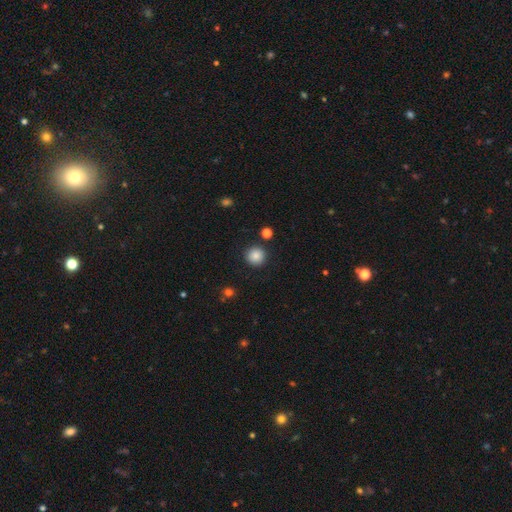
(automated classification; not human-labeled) This appears to be a smooth galaxy with no disk features (86%) that is round (94%). Merging: none (90%).